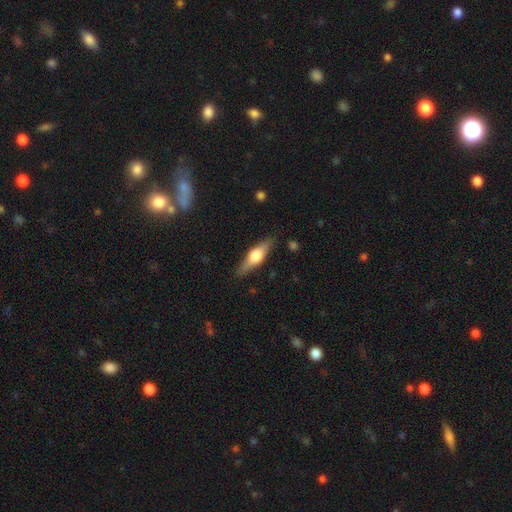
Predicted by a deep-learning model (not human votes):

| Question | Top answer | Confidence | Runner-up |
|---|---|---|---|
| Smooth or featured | featured or disk | 54% | smooth (40%) |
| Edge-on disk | yes | 94% | no (6%) |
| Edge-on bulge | rounded | 92% | boxy (7%) |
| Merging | none | 85% | minor disturbance (11%) |